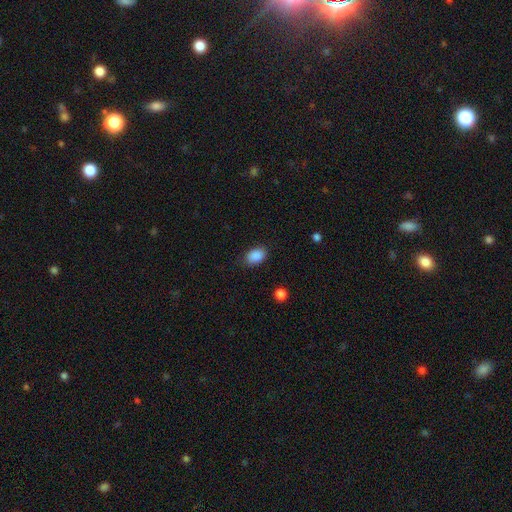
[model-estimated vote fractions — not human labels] A smooth galaxy with no disk features (89%) that is in between round and cigar-shaped (84%). Merging: none (83%).